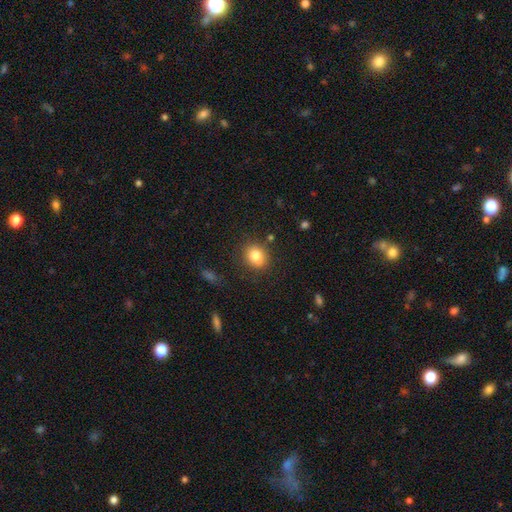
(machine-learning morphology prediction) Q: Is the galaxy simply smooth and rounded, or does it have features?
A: smooth — 81%.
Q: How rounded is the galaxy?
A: round — 63%.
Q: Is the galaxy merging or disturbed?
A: none — 83%.